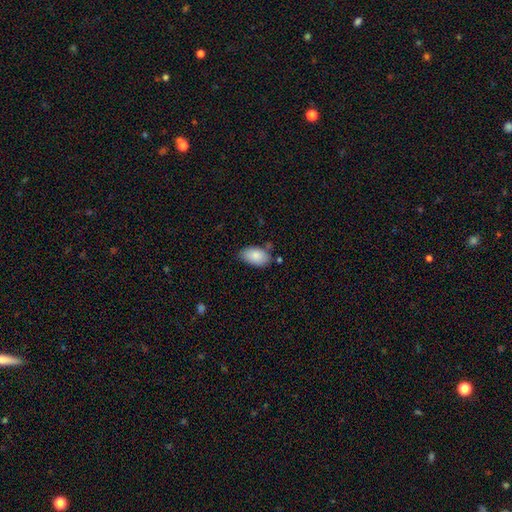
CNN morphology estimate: This appears to be a smooth galaxy with no disk features (86%) that is in between round and cigar-shaped (94%). Merging: none (69%).